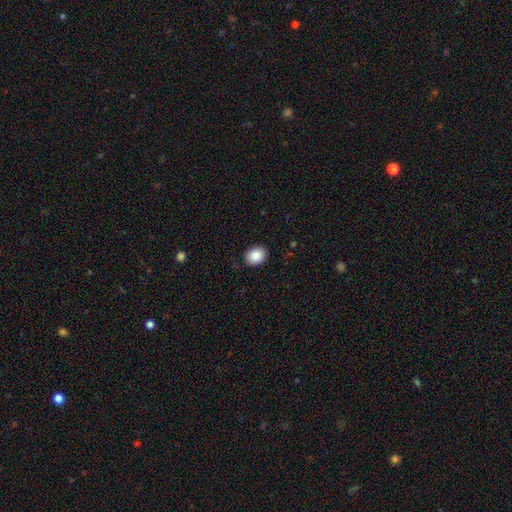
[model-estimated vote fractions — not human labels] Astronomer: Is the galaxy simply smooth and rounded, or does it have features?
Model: smooth — 86%.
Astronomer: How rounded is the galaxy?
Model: in between — 50% (runner-up: round, 49%).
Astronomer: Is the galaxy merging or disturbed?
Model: none — 89%.